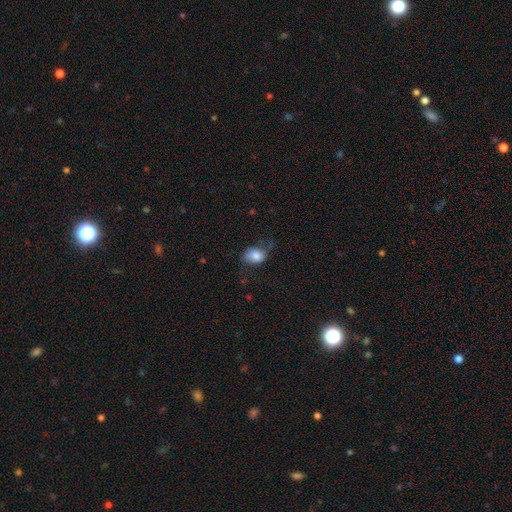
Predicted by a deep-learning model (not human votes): Q: Smooth or featured?
A: smooth (73%); runner-up: featured or disk (19%)
Q: How rounded?
A: in between (75%); runner-up: round (24%)
Q: Merging?
A: none (51%); runner-up: minor disturbance (30%)